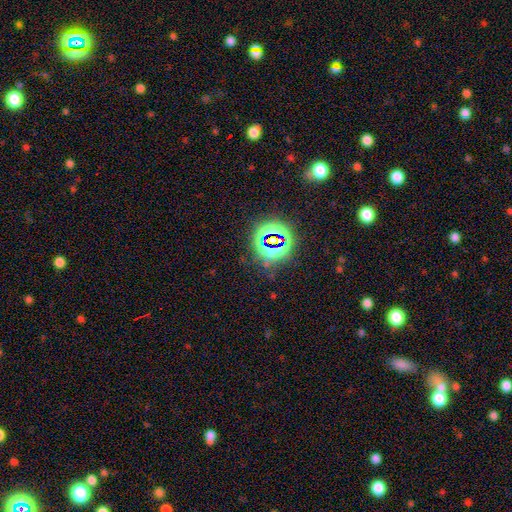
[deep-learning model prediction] A star or artifact, not a galaxy (78%).

Vote fractions:
- Smooth or featured? star or artifact: 78% / smooth: 14% / featured or disk: 8%